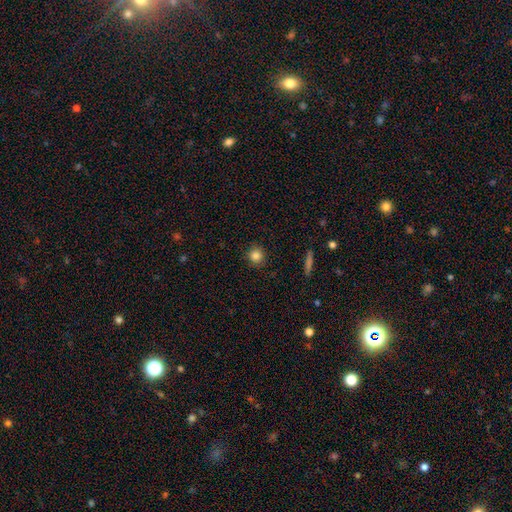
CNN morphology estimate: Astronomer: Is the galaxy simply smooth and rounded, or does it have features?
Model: smooth — 83%.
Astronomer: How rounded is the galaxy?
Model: round — 90%.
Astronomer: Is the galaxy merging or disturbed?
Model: none — 90%.